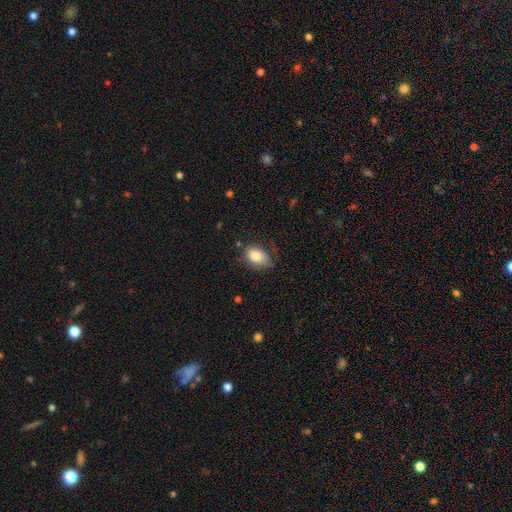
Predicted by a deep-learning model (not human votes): The model was most divided on "merging": none: 60%, minor disturbance: 28%, major disturbance: 11%, merger: 2%. More confident: how rounded — in between (86%); smooth or featured — smooth (83%).